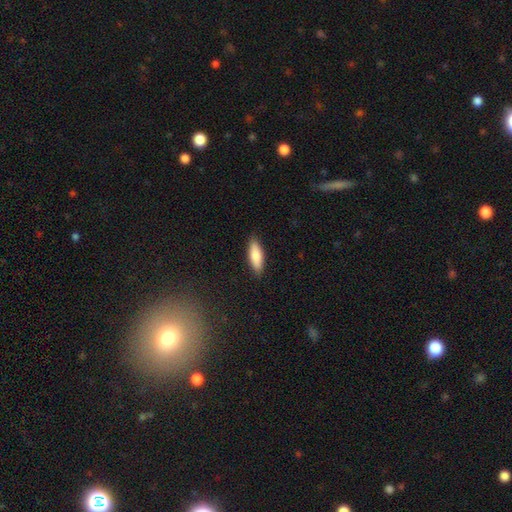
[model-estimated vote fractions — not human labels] smooth 82%, featured or disk 12%, star or artifact 6%. Down the decision tree: how rounded — in between (56%); merging — none (88%).